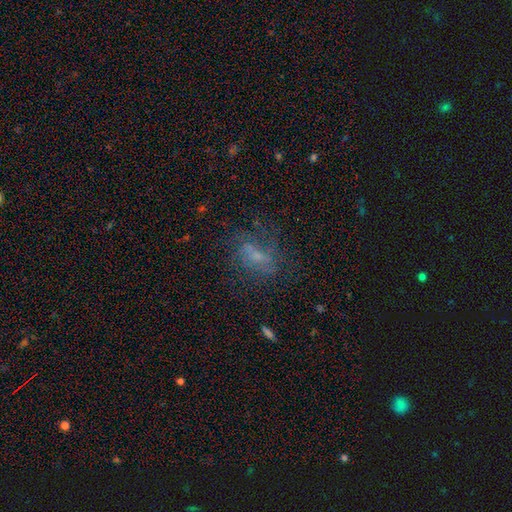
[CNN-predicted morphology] type=featured or disk (52%); edge-on=no (94%); merging=none (56%).